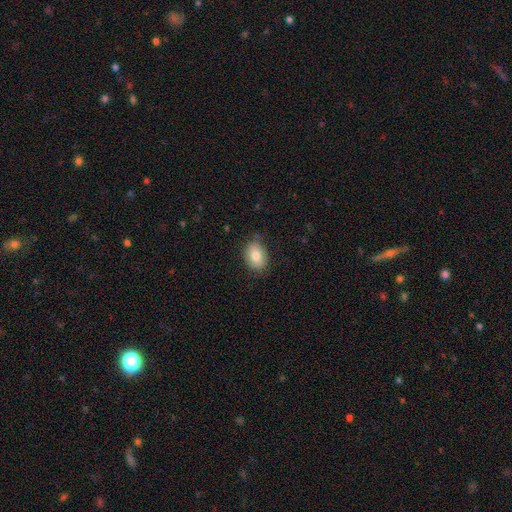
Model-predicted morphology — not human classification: smooth 80%, featured or disk 12%, star or artifact 8%. Down the decision tree: how rounded — in between (75%); merging — none (79%).